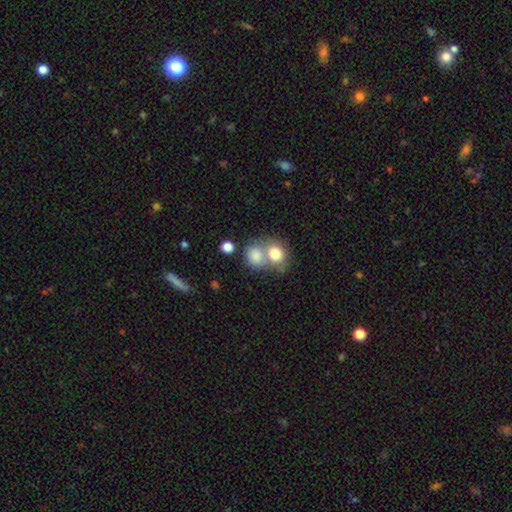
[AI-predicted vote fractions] A smooth galaxy with no disk features (79%) that is round (66%). Merging: merger (59%).